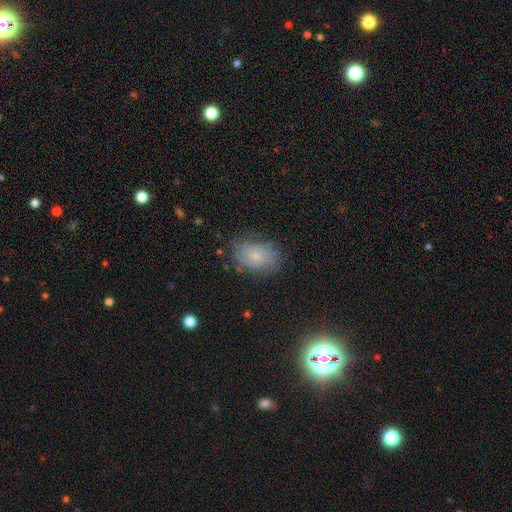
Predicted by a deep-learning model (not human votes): smooth_or_featured: smooth (p=0.55) [alt: featured or disk p=0.34]
how_rounded: in between (p=0.78) [alt: round p=0.21]
merging: none (p=0.72) [alt: minor disturbance p=0.20]